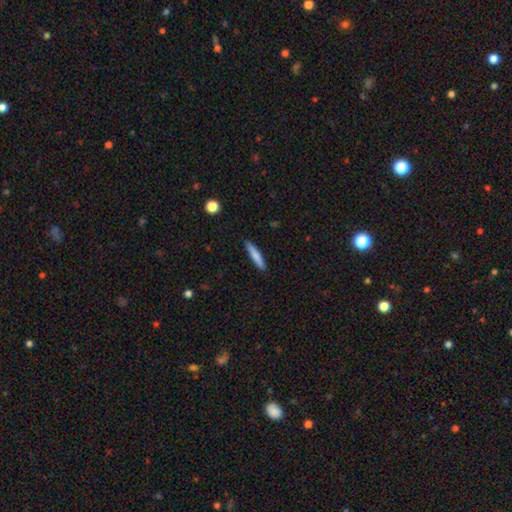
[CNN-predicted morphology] This appears to be a smooth galaxy with no disk features (78%) that is cigar-shaped (91%). Merging: none (89%).